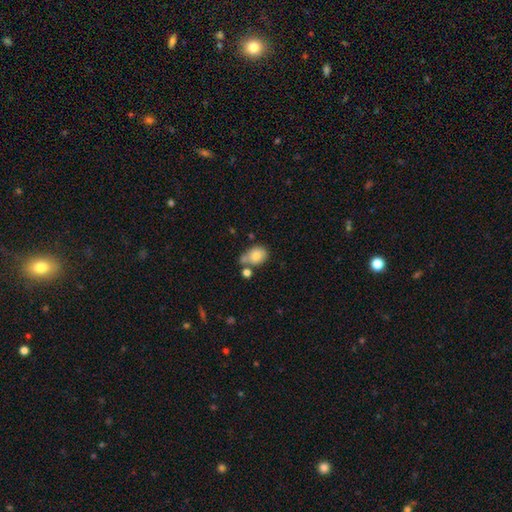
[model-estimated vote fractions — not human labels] A smooth galaxy with no disk features (79%) that is in between round and cigar-shaped (55%). Merging: none (47%).